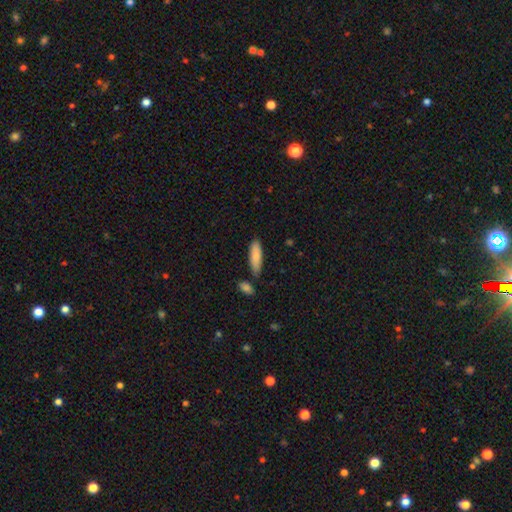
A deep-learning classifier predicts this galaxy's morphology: type=smooth (85%); roundness=cigar-shaped (56%); merging=none (79%).